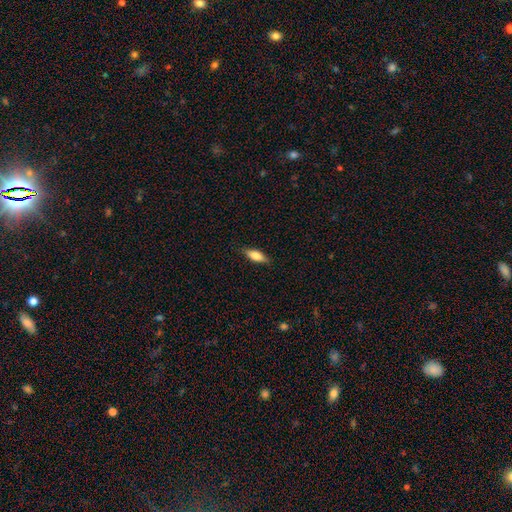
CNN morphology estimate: smooth 72%, featured or disk 21%, star or artifact 7%. Down the decision tree: how rounded — in between (65%); merging — none (85%).